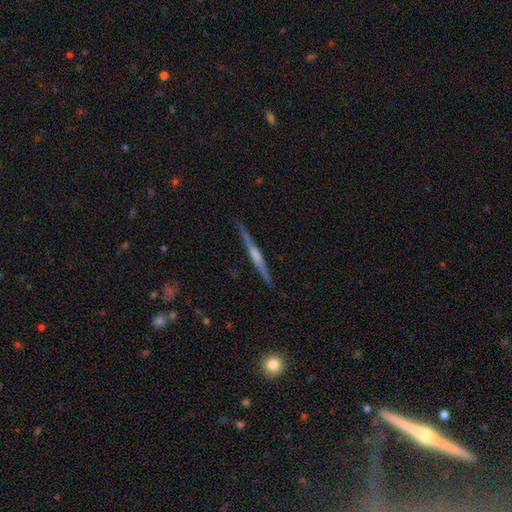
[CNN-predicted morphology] Smooth or featured: featured or disk — 68% (smooth — 26%)
Edge-on disk: yes — 98% (no — 2%)
Edge-on bulge: rounded — 40% (none — 35%)
Merging: none — 89% (minor disturbance — 8%)